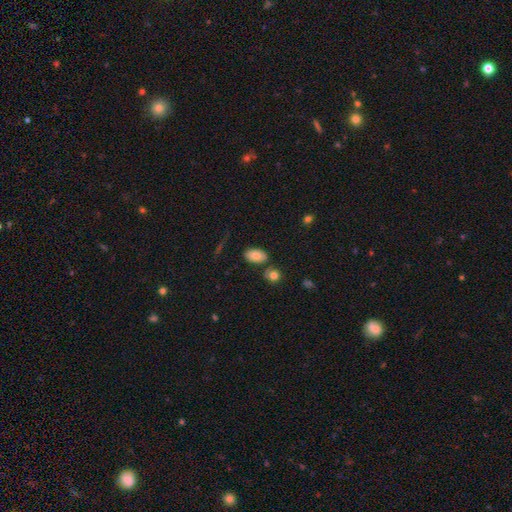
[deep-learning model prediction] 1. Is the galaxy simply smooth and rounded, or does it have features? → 82% smooth, 9% featured or disk, 8% star or artifact.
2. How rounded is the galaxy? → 90% in between, 8% round, 2% cigar-shaped.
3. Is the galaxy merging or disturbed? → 75% none, 13% minor disturbance, 9% merger, 3% major disturbance.